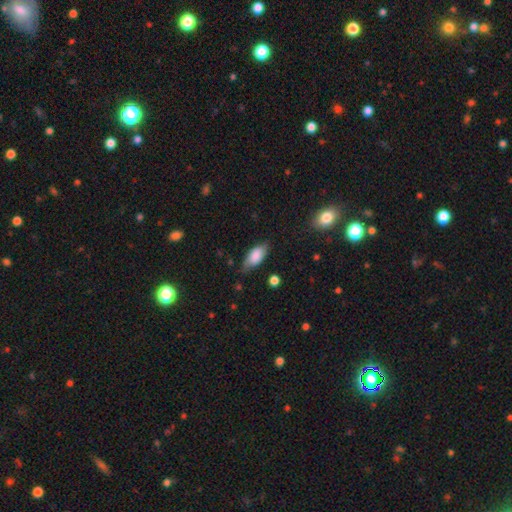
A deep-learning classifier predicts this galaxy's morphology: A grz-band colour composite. It shows a smooth galaxy with no disk features (77%) that is in between round and cigar-shaped (88%). Merging: none (66%).